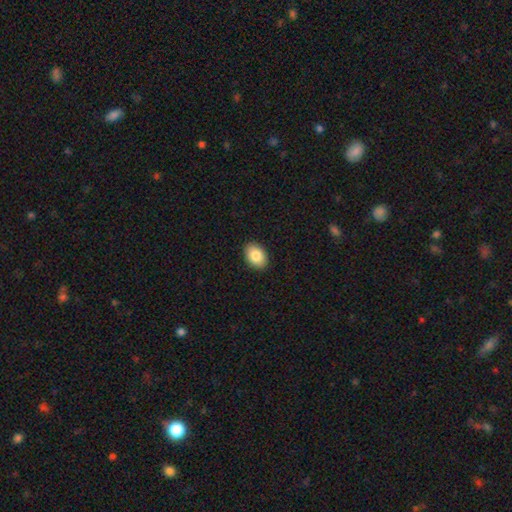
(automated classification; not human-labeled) Q: Smooth or featured?
A: smooth (85%); runner-up: featured or disk (8%)
Q: How rounded?
A: in between (82%); runner-up: round (17%)
Q: Merging?
A: none (91%); runner-up: minor disturbance (7%)